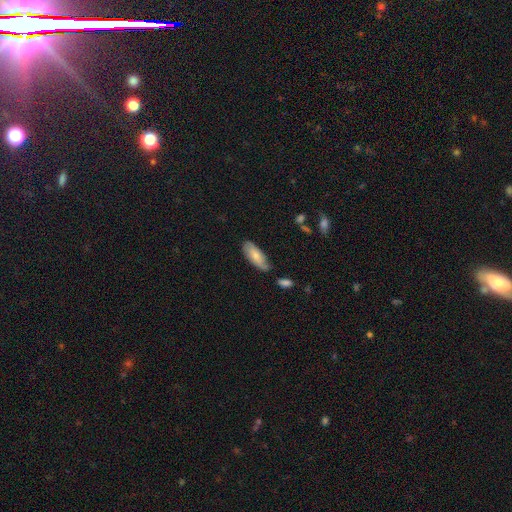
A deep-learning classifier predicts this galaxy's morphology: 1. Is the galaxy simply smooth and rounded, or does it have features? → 72% smooth, 22% featured or disk, 6% star or artifact.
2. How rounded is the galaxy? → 75% in between, 23% cigar-shaped, 2% round.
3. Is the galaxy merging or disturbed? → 66% none, 25% minor disturbance, 5% major disturbance, 5% merger.